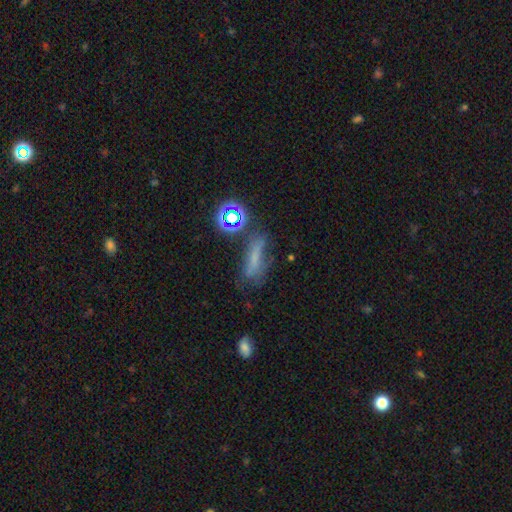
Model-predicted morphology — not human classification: Smooth or featured? smooth (47%)
Merging? none (48%)